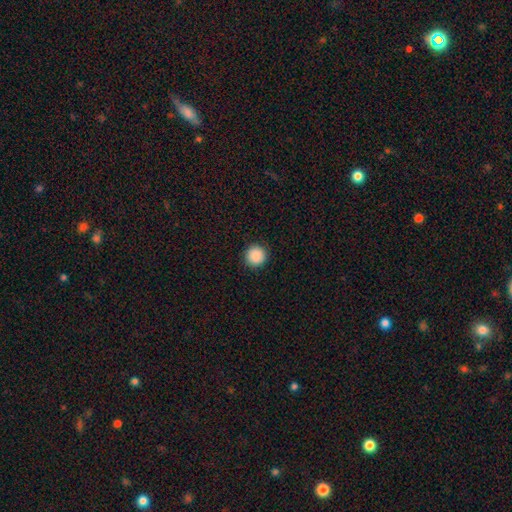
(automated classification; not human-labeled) Q: Smooth or featured?
A: smooth (89%); runner-up: star or artifact (9%)
Q: How rounded?
A: round (96%); runner-up: in between (3%)
Q: Merging?
A: none (93%); runner-up: minor disturbance (5%)